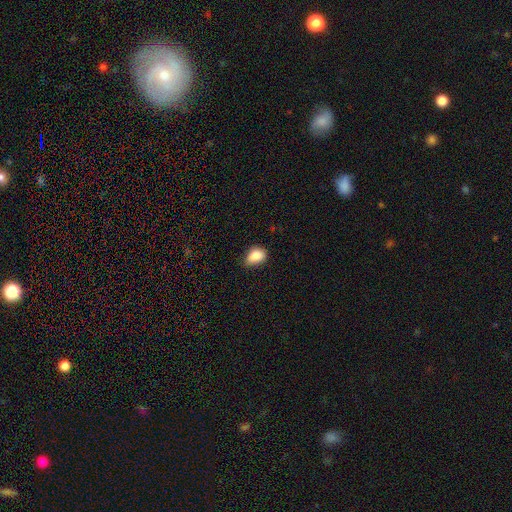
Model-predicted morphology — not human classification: Smooth or featured: smooth — 87% (star or artifact — 8%)
How rounded: in between — 78% (round — 21%)
Merging: none — 58% (minor disturbance — 35%)